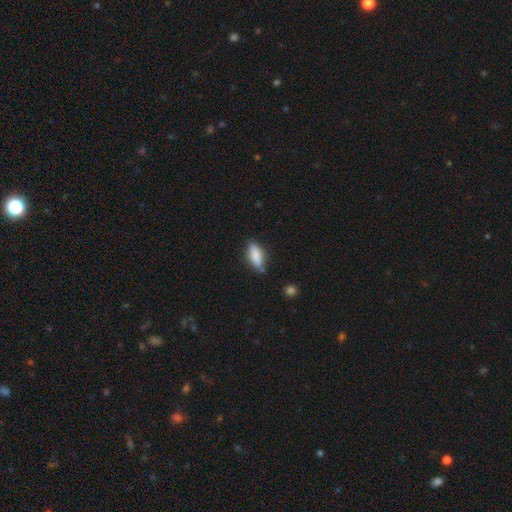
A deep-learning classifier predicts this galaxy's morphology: Smooth or featured? smooth (78%)
How rounded? in between (64%)
Merging? none (74%)